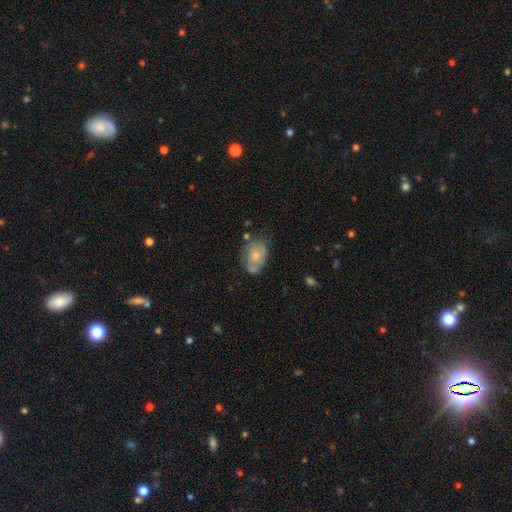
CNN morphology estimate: Smooth or featured: smooth — 57% (featured or disk — 36%)
How rounded: in between — 79% (round — 20%)
Merging: none — 50% (minor disturbance — 31%)